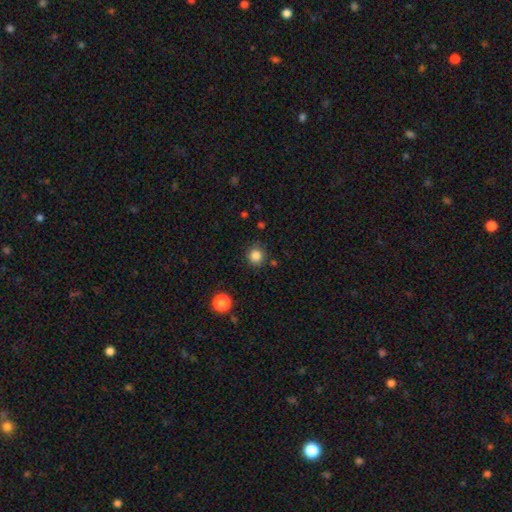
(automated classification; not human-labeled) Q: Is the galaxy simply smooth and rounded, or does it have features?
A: smooth — 85%.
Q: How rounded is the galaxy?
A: round — 93%.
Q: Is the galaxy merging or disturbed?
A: none — 87%.